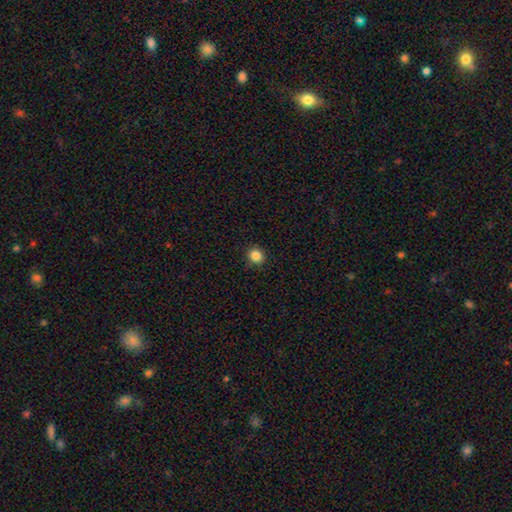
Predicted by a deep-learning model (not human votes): The model was most divided on "how rounded": round: 85%, in between: 14%, cigar-shaped: 1%. More confident: merging — none (89%); smooth or featured — smooth (85%).